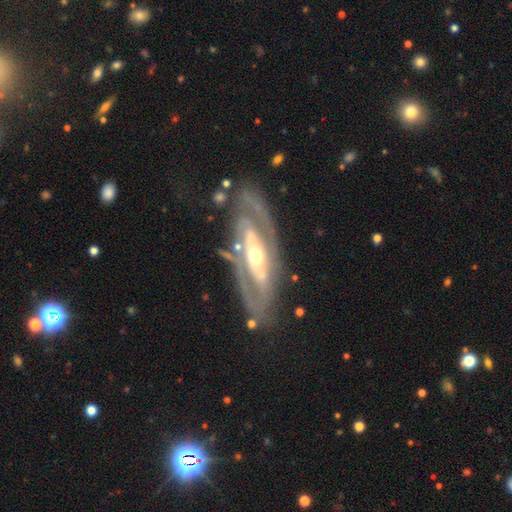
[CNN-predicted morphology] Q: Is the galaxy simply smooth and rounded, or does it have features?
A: featured or disk — 86%.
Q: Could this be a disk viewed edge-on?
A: no — 89%.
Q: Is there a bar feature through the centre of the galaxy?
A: no — 56%.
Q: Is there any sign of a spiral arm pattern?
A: yes — 82%.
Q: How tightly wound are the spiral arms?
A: tight — 55%.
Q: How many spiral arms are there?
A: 2 — 70%.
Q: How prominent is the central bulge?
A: moderate — 69%.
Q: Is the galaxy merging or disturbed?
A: none — 76%.